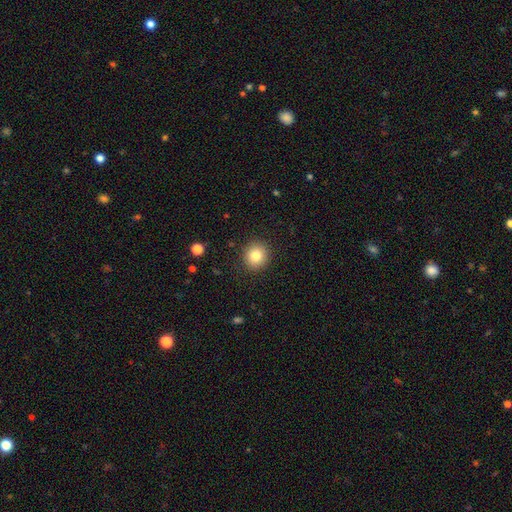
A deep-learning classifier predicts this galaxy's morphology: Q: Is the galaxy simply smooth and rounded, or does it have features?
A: smooth — 82%.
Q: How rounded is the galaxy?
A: round — 85%.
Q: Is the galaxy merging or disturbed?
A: none — 90%.